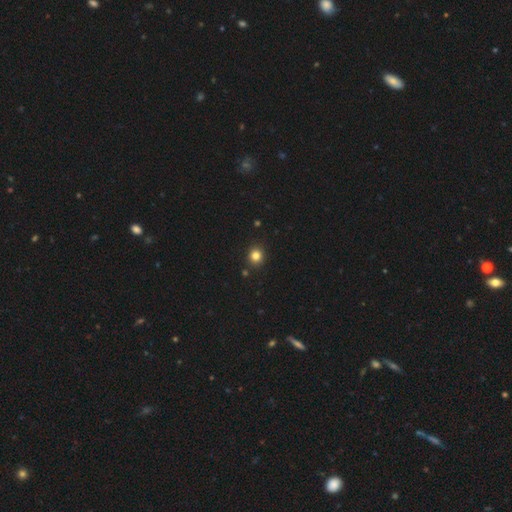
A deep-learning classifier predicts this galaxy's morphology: A smooth galaxy with no disk features (82%) that is round (87%). Merging: none (90%).